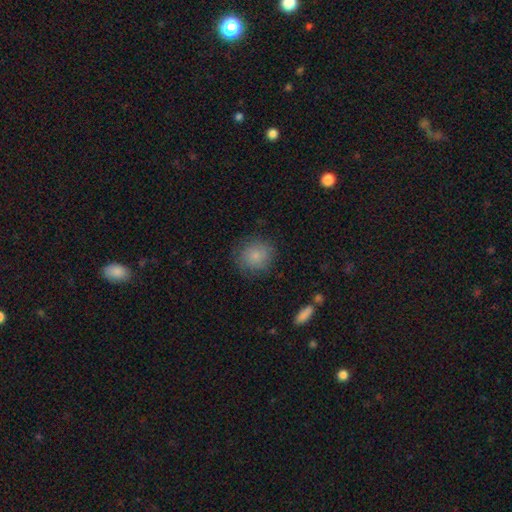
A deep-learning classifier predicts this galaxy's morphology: Overall: smooth (82%). How rounded: round (87%). Merging: none (80%).